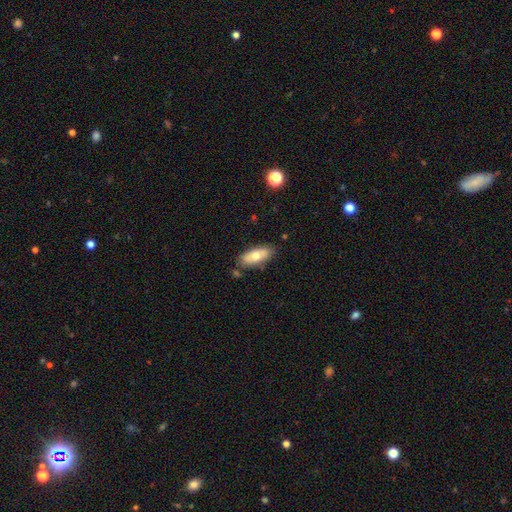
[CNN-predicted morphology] A smooth galaxy with no disk features (67%) that is in between round and cigar-shaped (82%). Merging: none (81%).